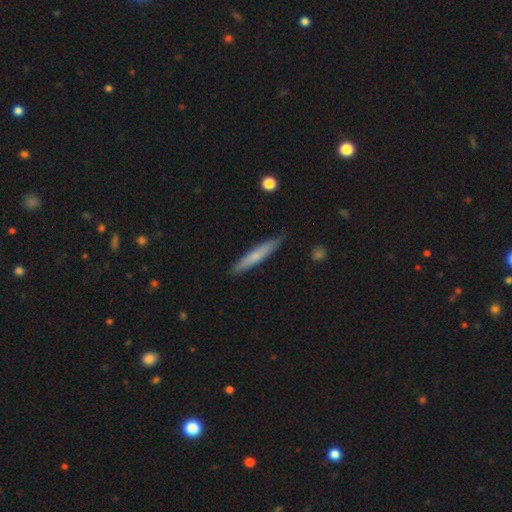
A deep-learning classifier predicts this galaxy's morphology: A smooth galaxy with no disk features (64%) that is cigar-shaped (94%). Merging: none (85%).